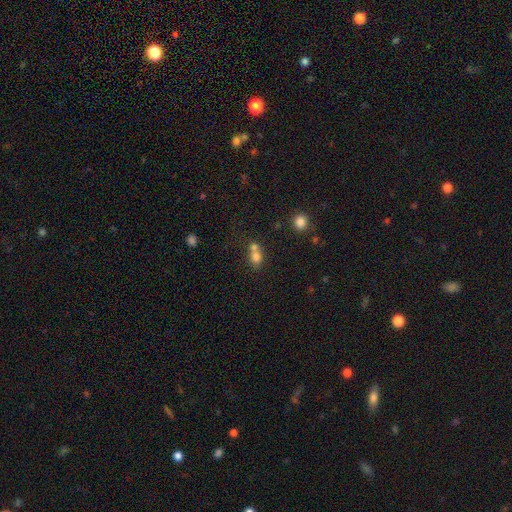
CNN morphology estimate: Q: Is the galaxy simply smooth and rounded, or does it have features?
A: smooth — 75%.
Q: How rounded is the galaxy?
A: round — 55%.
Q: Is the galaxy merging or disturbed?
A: merger — 57%.